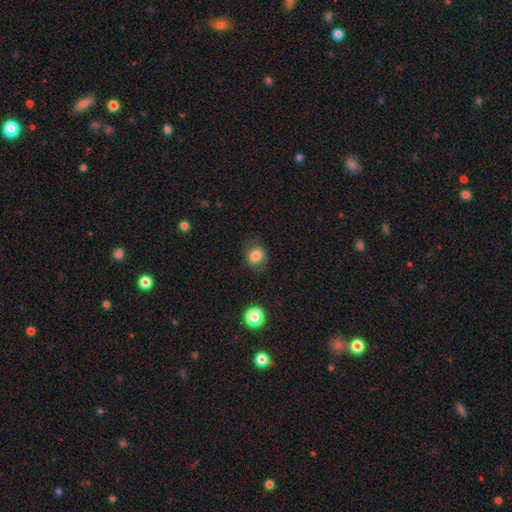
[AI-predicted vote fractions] This appears to be a smooth galaxy with no disk features (81%) that is round (63%). Merging: none (77%).